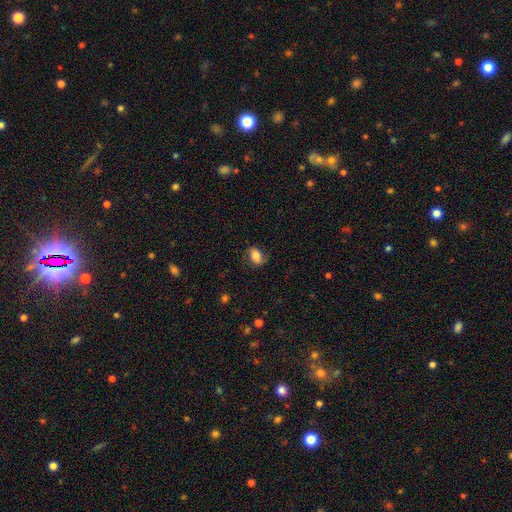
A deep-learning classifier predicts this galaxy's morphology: Q: Smooth or featured?
A: smooth (71%); runner-up: featured or disk (20%)
Q: How rounded?
A: in between (81%); runner-up: round (16%)
Q: Merging?
A: none (72%); runner-up: minor disturbance (19%)